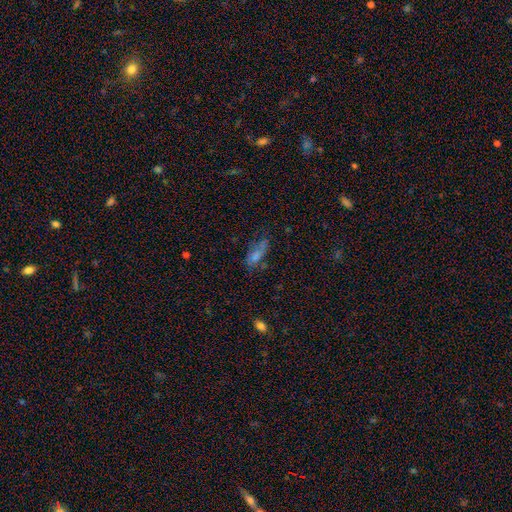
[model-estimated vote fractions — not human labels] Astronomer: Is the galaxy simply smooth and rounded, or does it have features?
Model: smooth — 50% (runner-up: featured or disk, 27%).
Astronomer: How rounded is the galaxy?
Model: in between — 66%.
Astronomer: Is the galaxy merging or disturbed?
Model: none — 48% (runner-up: minor disturbance, 26%).